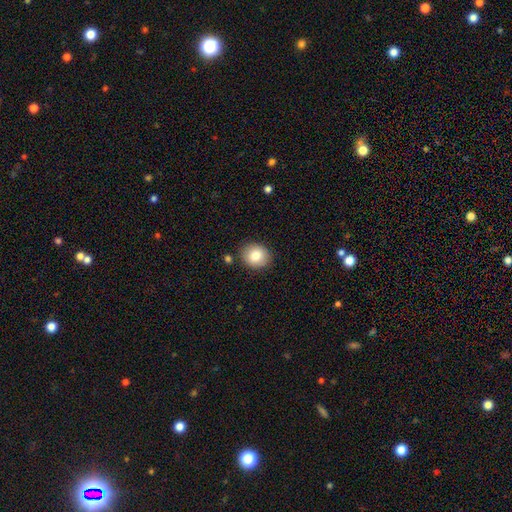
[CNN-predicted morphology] A smooth galaxy with no disk features (82%) that is round (67%). Merging: none (86%).